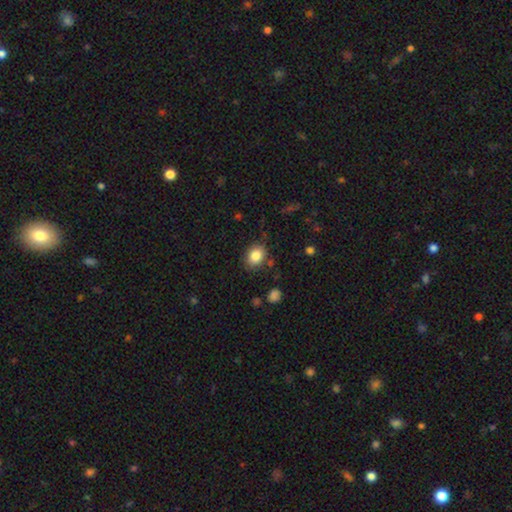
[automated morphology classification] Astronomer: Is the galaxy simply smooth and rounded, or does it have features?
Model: smooth — 84%.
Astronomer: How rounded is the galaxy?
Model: in between — 58% (runner-up: round, 41%).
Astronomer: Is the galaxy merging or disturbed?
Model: none — 82%.